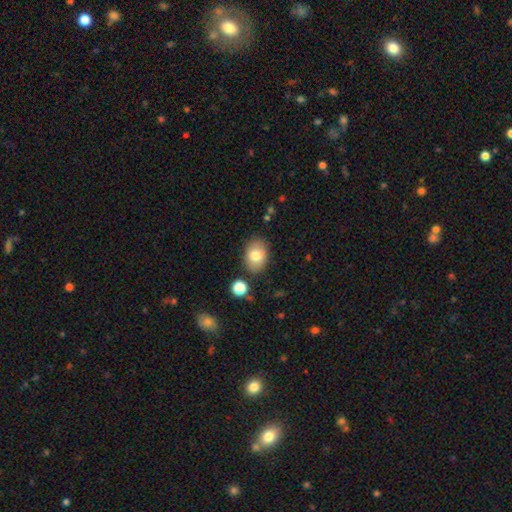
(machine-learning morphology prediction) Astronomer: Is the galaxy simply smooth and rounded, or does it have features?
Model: smooth — 79%.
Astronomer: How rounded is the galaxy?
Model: in between — 75%.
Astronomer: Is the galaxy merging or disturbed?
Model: none — 83%.